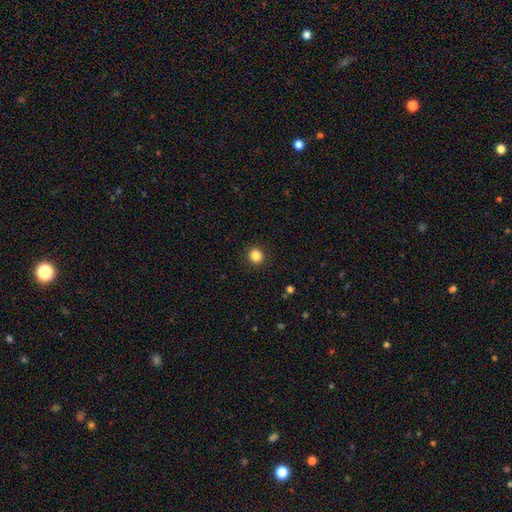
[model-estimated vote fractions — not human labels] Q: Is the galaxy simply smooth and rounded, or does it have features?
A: smooth — 85%.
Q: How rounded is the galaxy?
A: round — 87%.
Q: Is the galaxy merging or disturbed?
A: none — 91%.